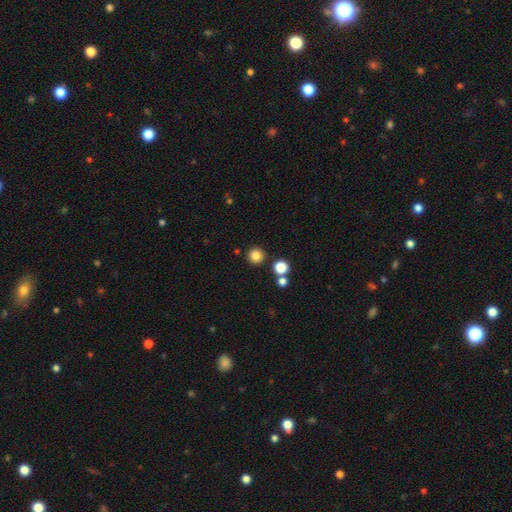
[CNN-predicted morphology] smooth 83%, star or artifact 13%, featured or disk 5%. Down the decision tree: how rounded — round (95%); merging — none (88%).